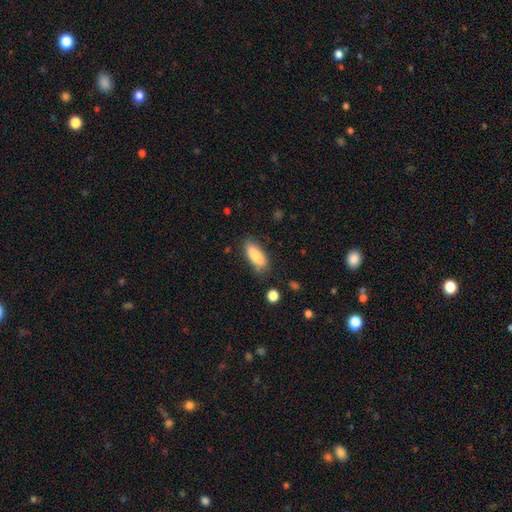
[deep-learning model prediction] This appears to be a smooth galaxy with no disk features (83%) that is in between round and cigar-shaped (76%). Merging: none (74%).